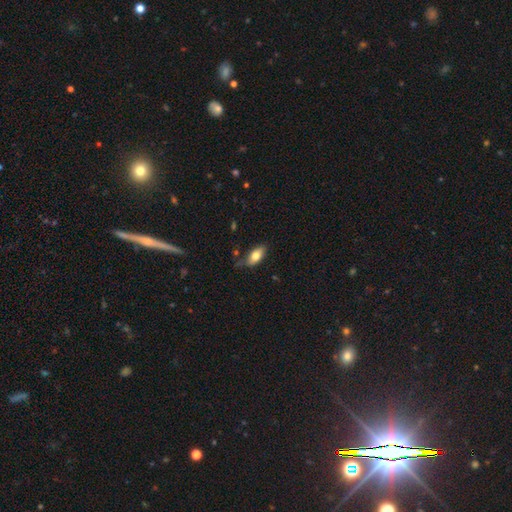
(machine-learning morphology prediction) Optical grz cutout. It shows a smooth galaxy with no disk features (75%) that is in between round and cigar-shaped (88%). Merging: none (68%).